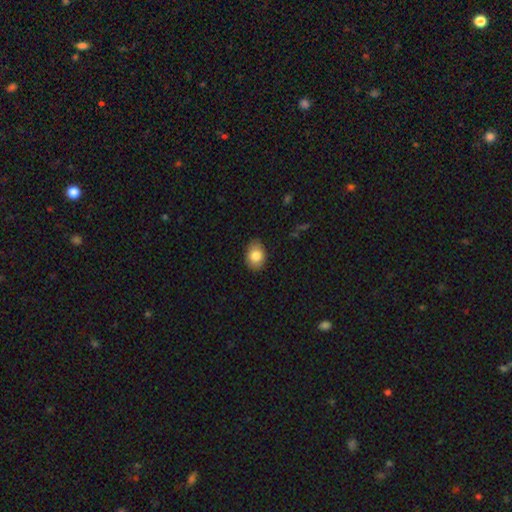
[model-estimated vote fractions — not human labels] smooth-or-featured: smooth: 83% | featured or disk: 10% | star or artifact: 8%
  how-rounded: in between: 72% | round: 27% | cigar-shaped: 1%
  merging: none: 82% | minor disturbance: 15% | major disturbance: 3% | merger: 1%